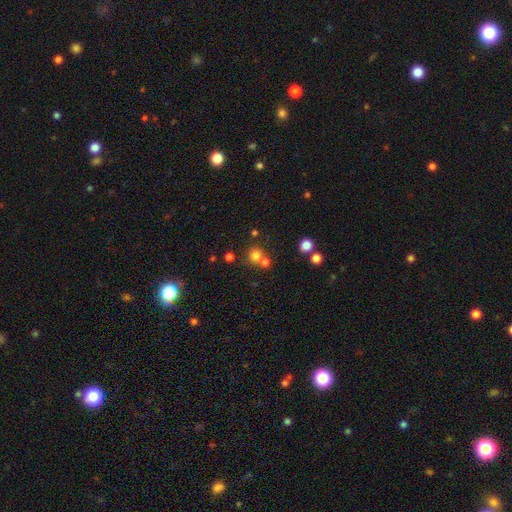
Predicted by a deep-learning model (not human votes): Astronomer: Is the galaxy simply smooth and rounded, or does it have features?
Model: smooth — 75%.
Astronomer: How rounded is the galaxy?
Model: round — 89%.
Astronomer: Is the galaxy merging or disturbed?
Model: none — 62%.